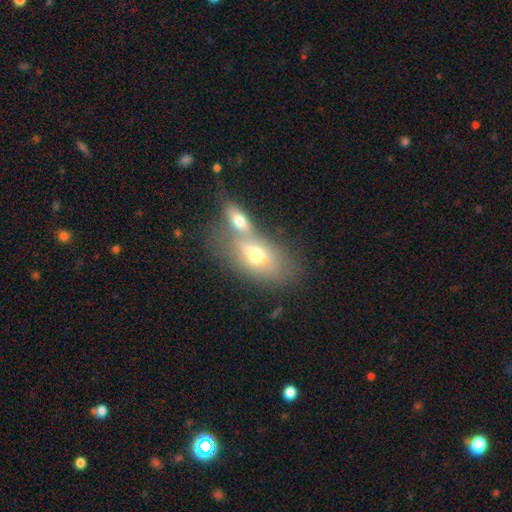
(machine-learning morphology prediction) The model was most divided on "merging": merger: 57%, none: 27%, minor disturbance: 9%, major disturbance: 6%. More confident: how rounded — in between (81%); smooth or featured — smooth (62%).